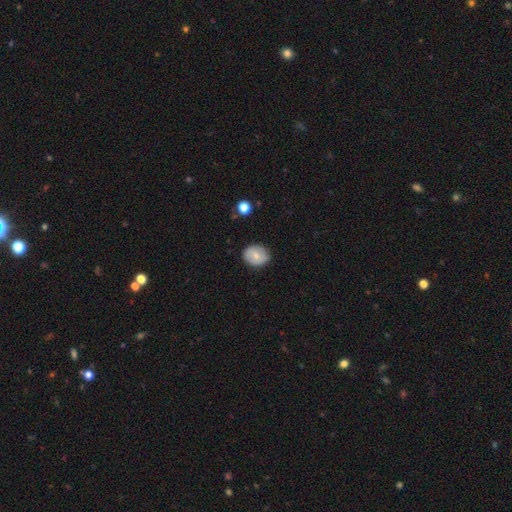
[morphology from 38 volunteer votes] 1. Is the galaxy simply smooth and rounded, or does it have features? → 79% smooth, 11% featured or disk, 11% star or artifact.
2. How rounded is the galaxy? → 57% round, 43% in between, 0% cigar-shaped.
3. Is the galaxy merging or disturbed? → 79% none, 15% minor disturbance, 6% merger, 0% major disturbance.